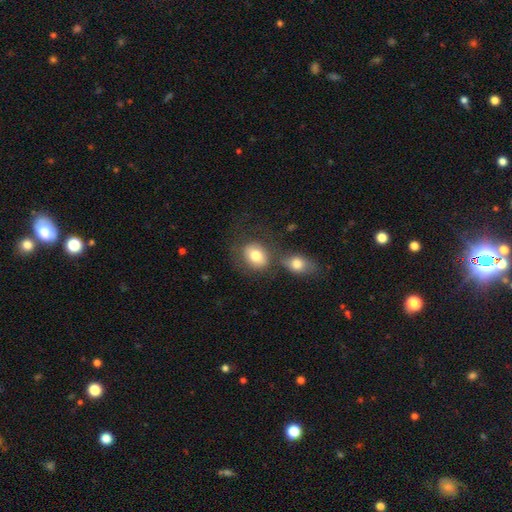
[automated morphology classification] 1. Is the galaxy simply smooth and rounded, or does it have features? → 77% smooth, 15% featured or disk, 8% star or artifact.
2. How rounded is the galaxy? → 52% in between, 47% round, 1% cigar-shaped.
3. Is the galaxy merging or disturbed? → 53% none, 27% merger, 14% minor disturbance, 7% major disturbance.